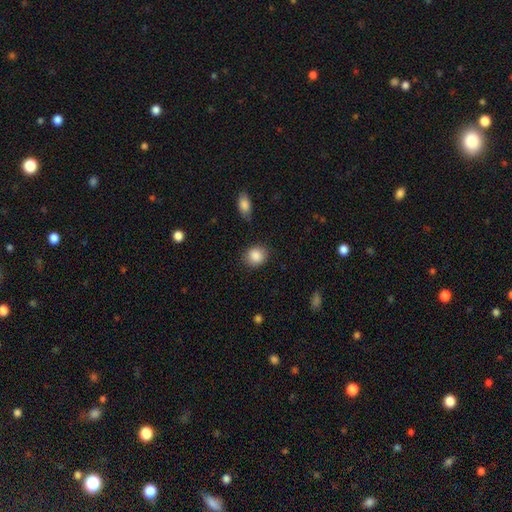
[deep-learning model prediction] This is clearly a smooth galaxy (88%). How rounded: likely round (70%). Merging: clearly none (84%).